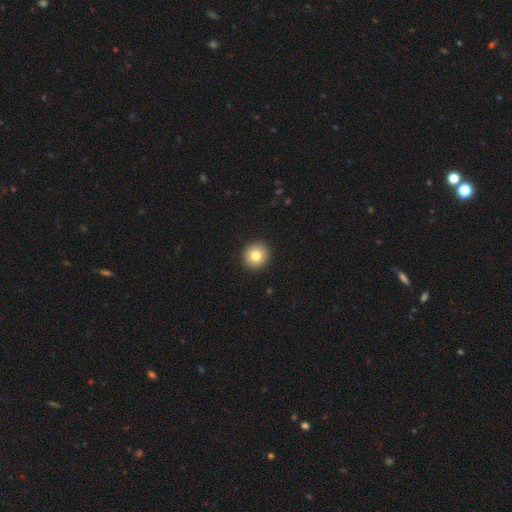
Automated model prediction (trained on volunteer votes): Smooth or featured: smooth — 81% (star or artifact — 10%)
How rounded: round — 90% (in between — 9%)
Merging: none — 92% (minor disturbance — 5%)